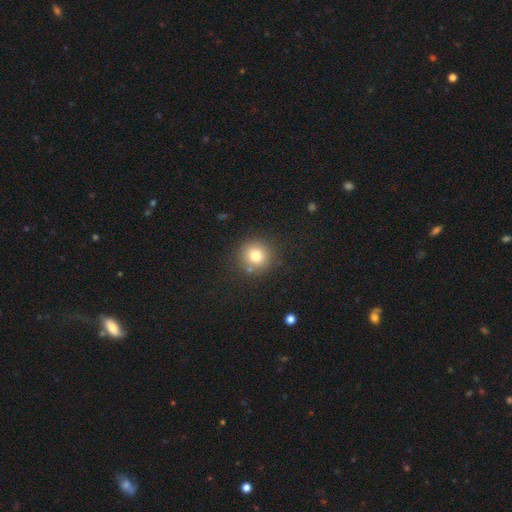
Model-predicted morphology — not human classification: The model was most divided on "smooth or featured": smooth: 78%, star or artifact: 13%, featured or disk: 9%. More confident: how rounded — round (93%); merging — none (85%).